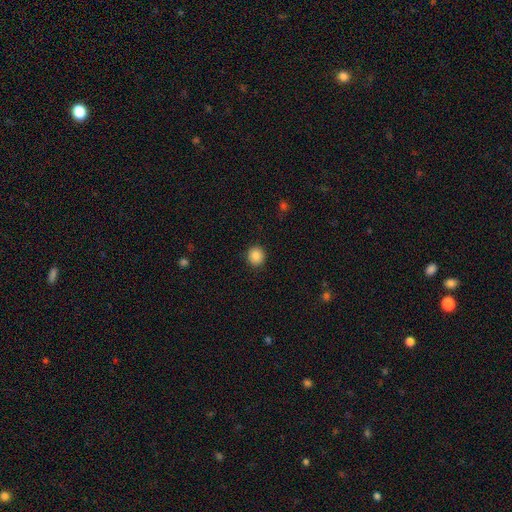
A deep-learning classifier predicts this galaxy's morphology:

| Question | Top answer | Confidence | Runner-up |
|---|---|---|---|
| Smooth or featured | smooth | 87% | star or artifact (10%) |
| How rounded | round | 91% | in between (8%) |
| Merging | none | 91% | minor disturbance (6%) |